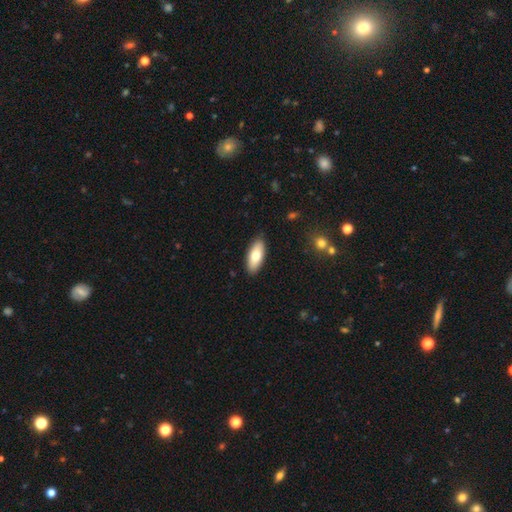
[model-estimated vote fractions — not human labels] Smooth or featured: smooth — 74% (featured or disk — 20%)
How rounded: in between — 82% (cigar-shaped — 16%)
Merging: none — 88% (minor disturbance — 9%)